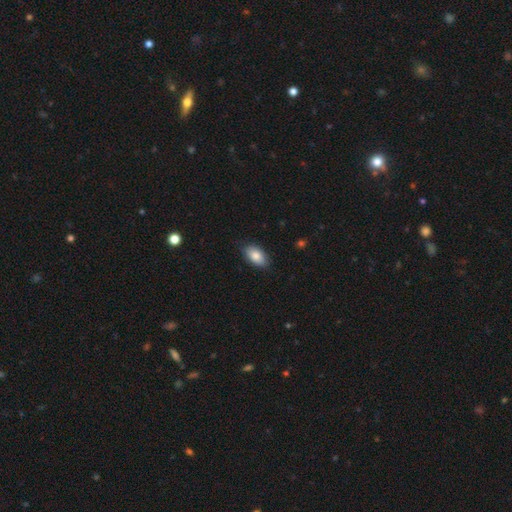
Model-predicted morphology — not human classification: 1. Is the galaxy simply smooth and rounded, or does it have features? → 84% smooth, 9% featured or disk, 7% star or artifact.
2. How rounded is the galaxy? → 93% in between, 4% round, 3% cigar-shaped.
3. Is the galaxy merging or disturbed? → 84% none, 13% minor disturbance, 2% major disturbance, 1% merger.